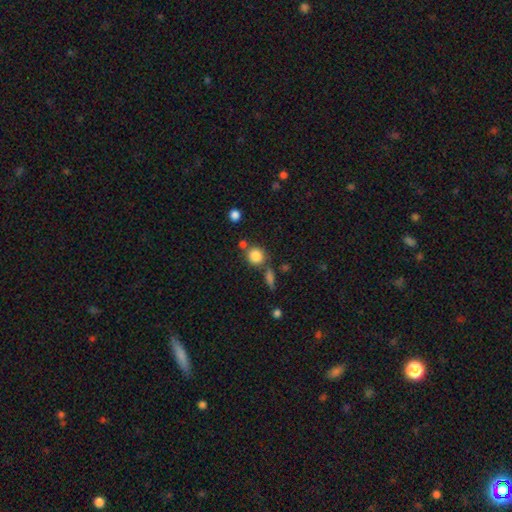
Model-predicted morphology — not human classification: type=smooth (83%); roundness=round (85%); merging=none (67%).